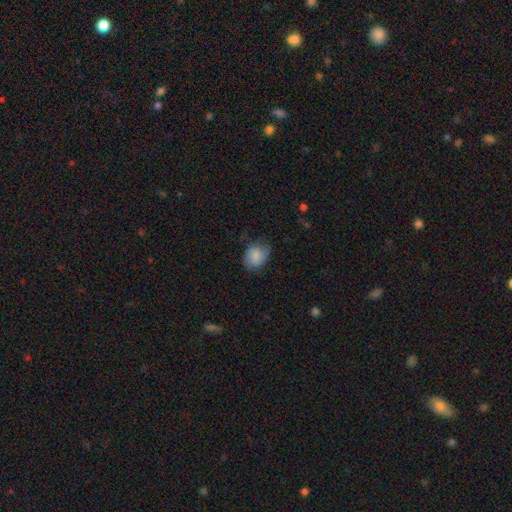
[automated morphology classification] This is likely a smooth galaxy (77%). How rounded: likely in between (62%). Merging: likely none (61%).